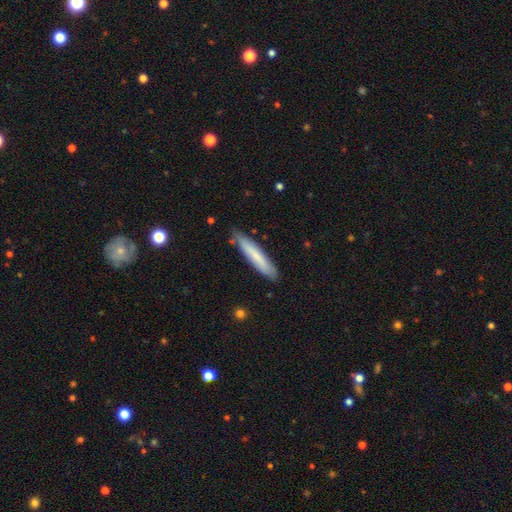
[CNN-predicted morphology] smooth_or_featured: smooth (p=0.71) [alt: featured or disk p=0.24]
how_rounded: cigar-shaped (p=0.91) [alt: in between p=0.08]
merging: none (p=0.84) [alt: minor disturbance p=0.13]